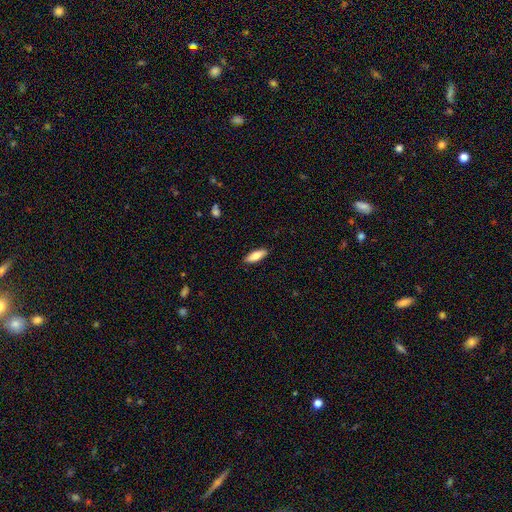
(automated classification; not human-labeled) This is likely a smooth galaxy (78%). How rounded: likely in between (62%). Merging: clearly none (89%).